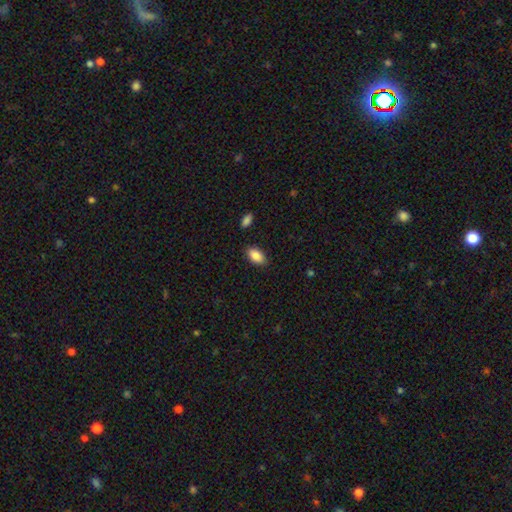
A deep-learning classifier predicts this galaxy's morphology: The model was most divided on "merging": none: 87%, minor disturbance: 9%, major disturbance: 2%, merger: 2%. More confident: how rounded — in between (93%); smooth or featured — smooth (88%).